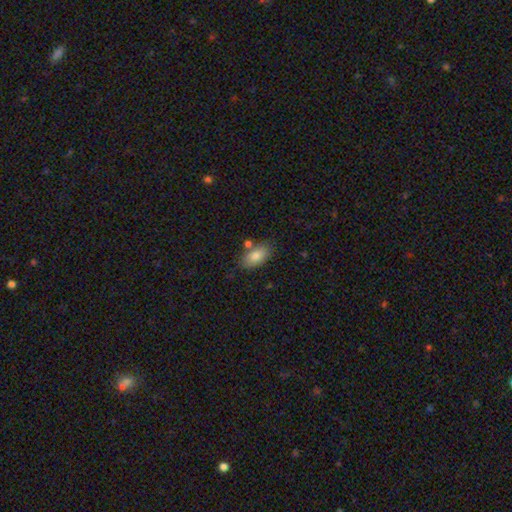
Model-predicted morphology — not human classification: Smooth or featured: smooth — 83% (featured or disk — 10%)
How rounded: in between — 91% (cigar-shaped — 6%)
Merging: none — 74% (minor disturbance — 14%)